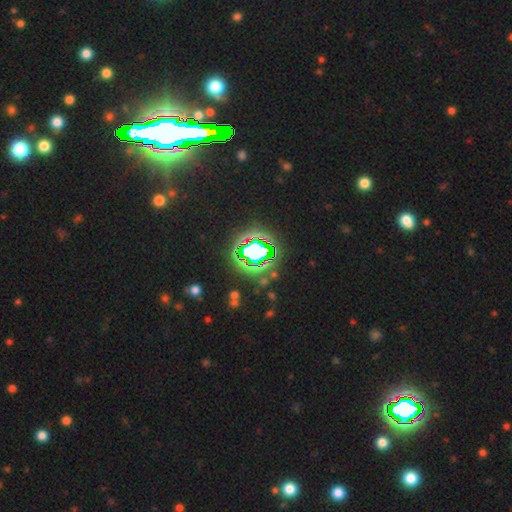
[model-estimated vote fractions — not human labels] Morphology: type=star or artifact (78%).